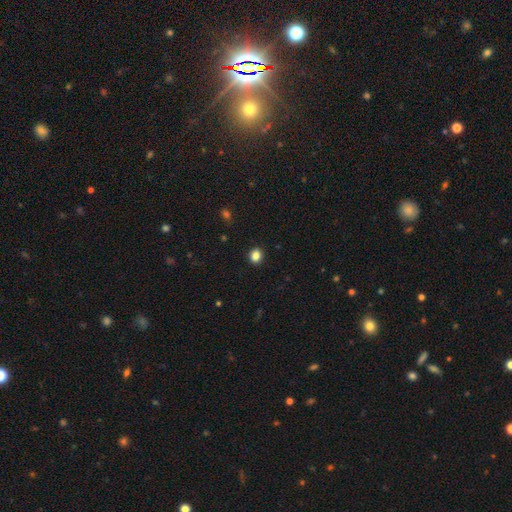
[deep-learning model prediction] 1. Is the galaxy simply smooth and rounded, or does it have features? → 85% smooth, 11% star or artifact, 4% featured or disk.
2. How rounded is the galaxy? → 75% round, 24% in between, 1% cigar-shaped.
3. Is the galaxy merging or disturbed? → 91% none, 6% minor disturbance, 2% major disturbance, 1% merger.